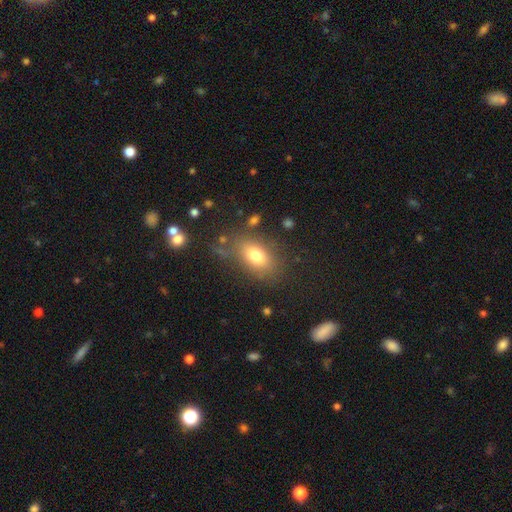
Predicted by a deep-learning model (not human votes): Smooth or featured? Predicted: smooth (p=0.77). How rounded? Predicted: in between (p=0.83). Merging? Predicted: none (p=0.73).